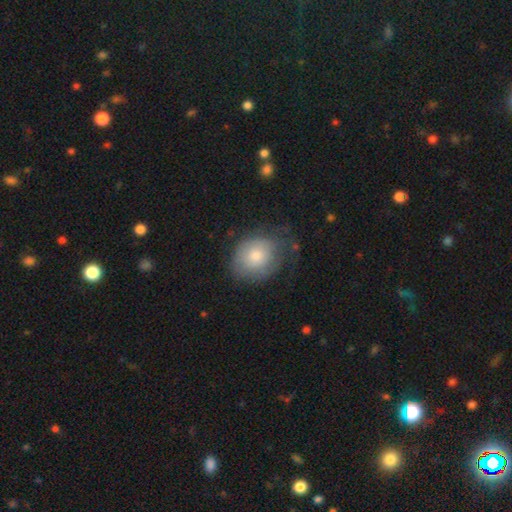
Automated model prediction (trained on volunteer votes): Q: Smooth or featured?
A: smooth (67%); runner-up: featured or disk (25%)
Q: How rounded?
A: round (59%); runner-up: in between (40%)
Q: Merging?
A: none (55%); runner-up: minor disturbance (29%)